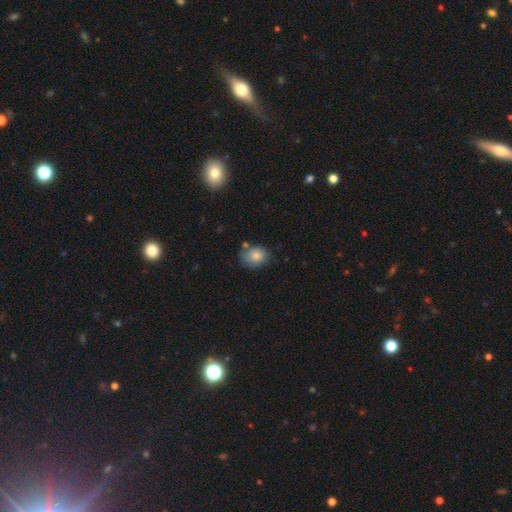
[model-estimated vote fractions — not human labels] Smooth or featured: smooth — 80% (featured or disk — 12%)
How rounded: round — 52% (in between — 47%)
Merging: none — 64% (minor disturbance — 22%)